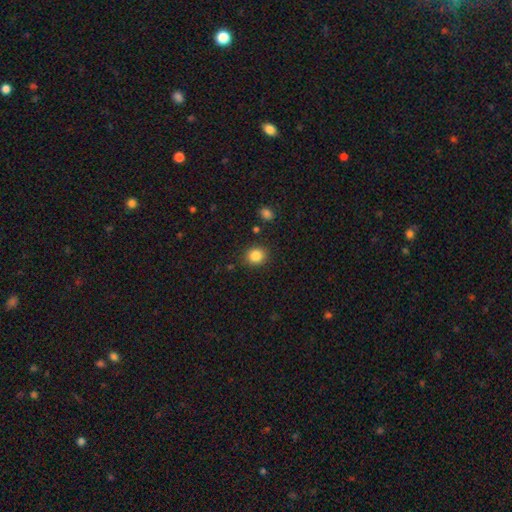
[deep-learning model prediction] A smooth galaxy with no disk features (85%) that is round (80%). Merging: none (88%).